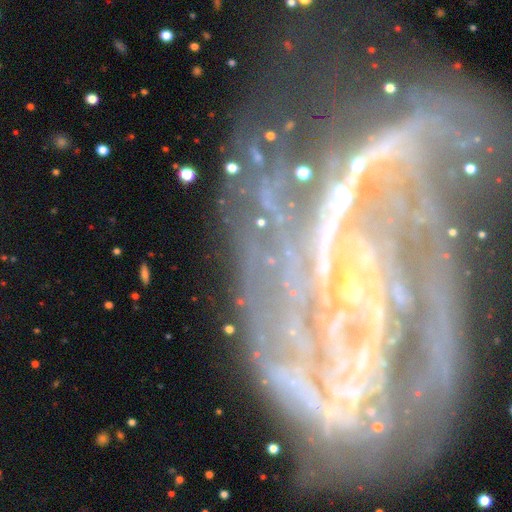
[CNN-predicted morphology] smooth-or-featured: featured or disk: 73% | star or artifact: 17% | smooth: 10%
  disk-edge-on: no: 93% | yes: 7%
    bar: no: 41% | strong: 31% | weak: 28%
    has-spiral-arms: yes: 92% | no: 8%
      spiral-winding: tight: 64% | medium: 26% | loose: 10%
      spiral-arm-count: can't tell: 24% | 2: 20% | 3: 17% | 4: 13% | more than 4: 13% | 1: 12%
    bulge-size: small: 69% | moderate: 17% | none: 7% | large: 4% | dominant: 2%
  merging: none: 64% | minor disturbance: 17% | major disturbance: 13% | merger: 5%